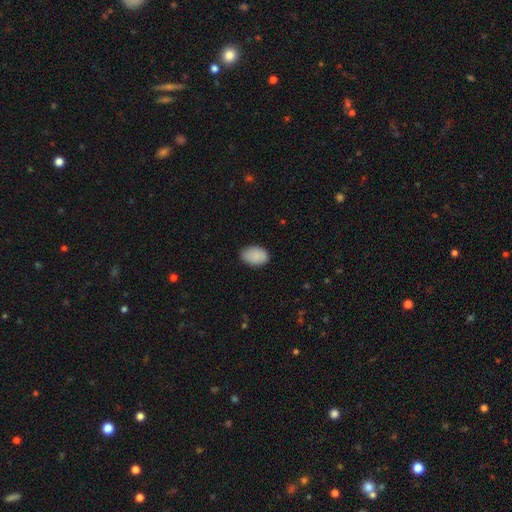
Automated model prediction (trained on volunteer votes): smooth-or-featured: smooth: 89% | star or artifact: 7% | featured or disk: 4%
  how-rounded: in between: 88% | round: 11% | cigar-shaped: 1%
  merging: none: 82% | minor disturbance: 15% | major disturbance: 3% | merger: 1%